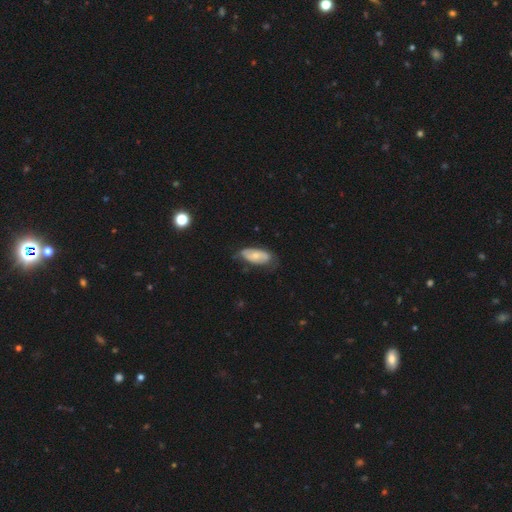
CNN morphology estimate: Q: Smooth or featured?
A: smooth (58%); runner-up: featured or disk (36%)
Q: How rounded?
A: in between (87%); runner-up: cigar-shaped (10%)
Q: Merging?
A: none (61%); runner-up: minor disturbance (30%)